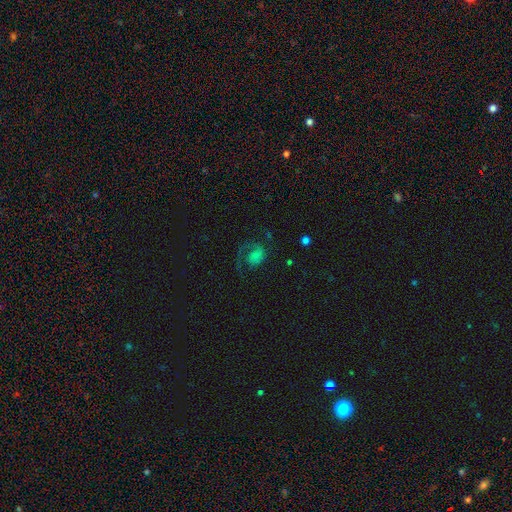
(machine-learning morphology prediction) smooth-or-featured: featured or disk: 65% | smooth: 24% | star or artifact: 11%
  disk-edge-on: no: 98% | yes: 2%
    bar: no: 69% | weak: 26% | strong: 5%
    has-spiral-arms: yes: 89% | no: 11%
      spiral-winding: medium: 45% | loose: 30% | tight: 25%
      spiral-arm-count: 1: 66% | 2: 24% | can't tell: 6% | 3: 2% | 4: 1% | more than 4: 1%
    bulge-size: small: 38% | none: 24% | moderate: 24% | large: 10% | dominant: 3%
  merging: none: 46% | major disturbance: 35% | minor disturbance: 17% | merger: 3%